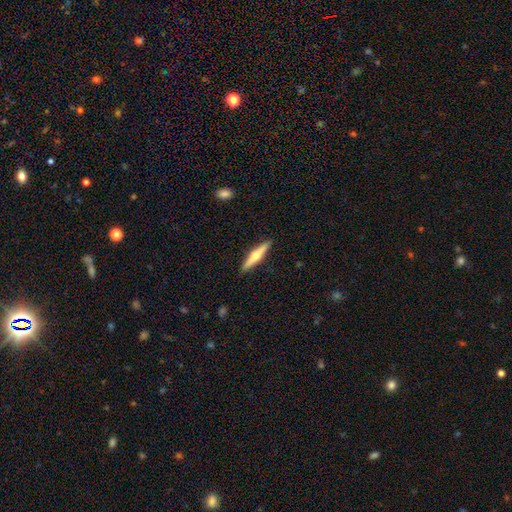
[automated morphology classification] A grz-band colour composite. It shows a featured or disk galaxy (58%) viewed edge-on (97%) with a rounded central bulge (92%). Merging: none (91%).